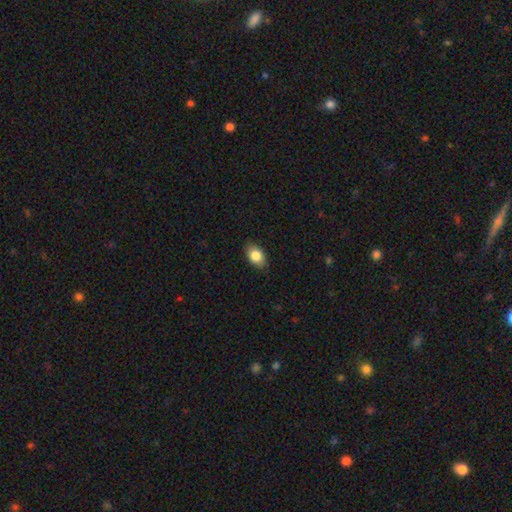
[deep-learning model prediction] Smooth or featured? Predicted: smooth (p=0.84). How rounded? Predicted: in between (p=0.88). Merging? Predicted: none (p=0.85).